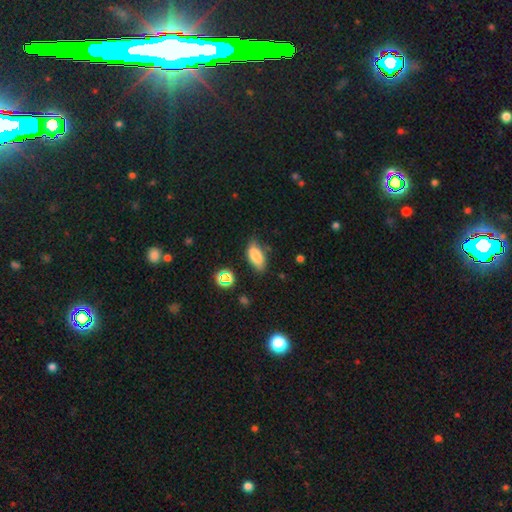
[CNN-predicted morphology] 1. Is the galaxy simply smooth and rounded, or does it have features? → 82% smooth, 9% star or artifact, 9% featured or disk.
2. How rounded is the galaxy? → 85% in between, 12% cigar-shaped, 4% round.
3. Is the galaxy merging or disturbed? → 71% none, 22% minor disturbance, 4% major disturbance, 3% merger.